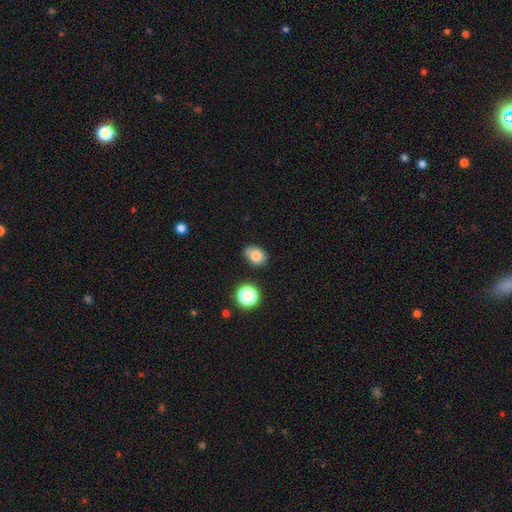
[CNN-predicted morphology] This appears to be a smooth galaxy with no disk features (81%) that is in between round and cigar-shaped (69%). Merging: none (81%).